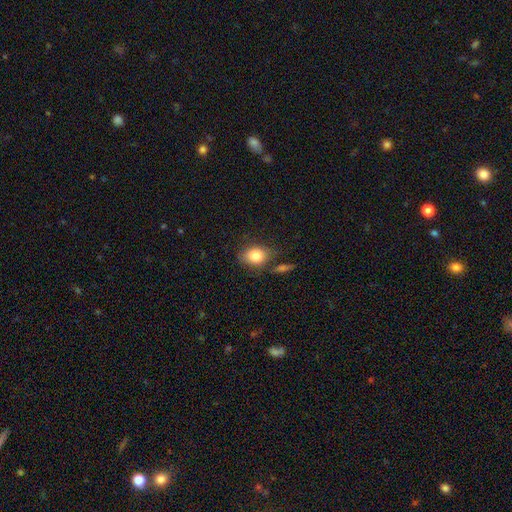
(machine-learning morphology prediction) type=smooth (82%); roundness=in between (66%); merging=none (70%).